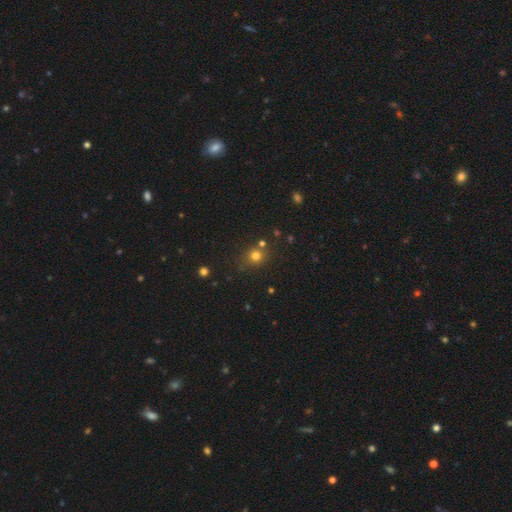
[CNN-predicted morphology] Smooth or featured? Predicted: smooth (p=0.75). How rounded? Predicted: round (p=0.85). Merging? Predicted: none (p=0.74).